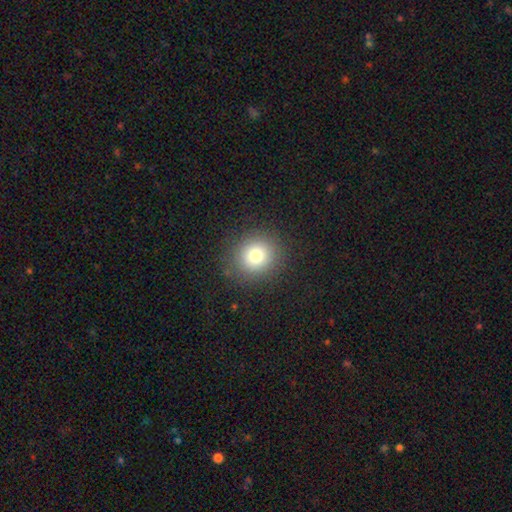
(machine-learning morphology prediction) This is likely a smooth galaxy (78%). How rounded: clearly round (90%). Merging: clearly none (88%).